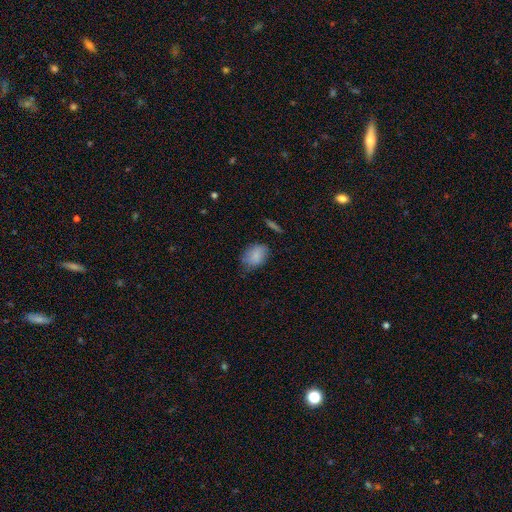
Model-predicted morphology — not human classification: smooth_or_featured: smooth (p=0.86) [alt: star or artifact p=0.08]
how_rounded: in between (p=0.79) [alt: round p=0.19]
merging: none (p=0.67) [alt: minor disturbance p=0.25]